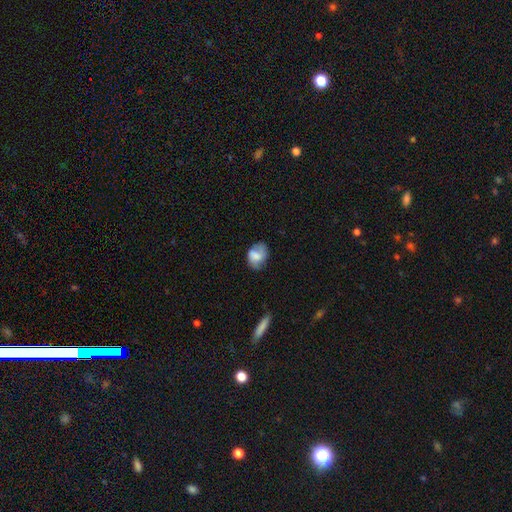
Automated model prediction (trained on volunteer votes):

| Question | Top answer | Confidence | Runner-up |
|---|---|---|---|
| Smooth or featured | smooth | 63% | featured or disk (29%) |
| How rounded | in between | 61% | round (37%) |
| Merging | none | 53% | minor disturbance (31%) |